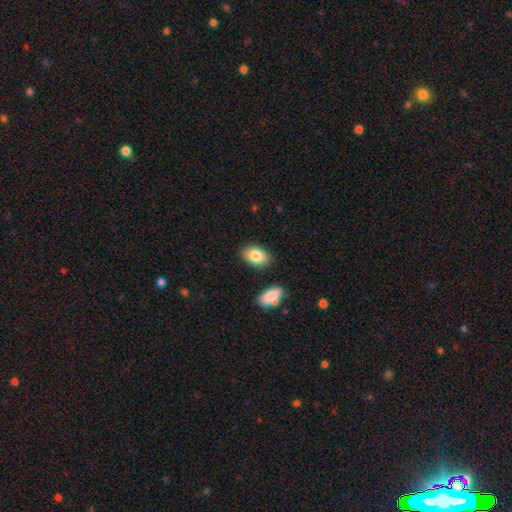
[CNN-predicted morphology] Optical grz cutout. It shows a smooth galaxy with no disk features (83%) that is in between round and cigar-shaped (87%). Merging: none (83%).